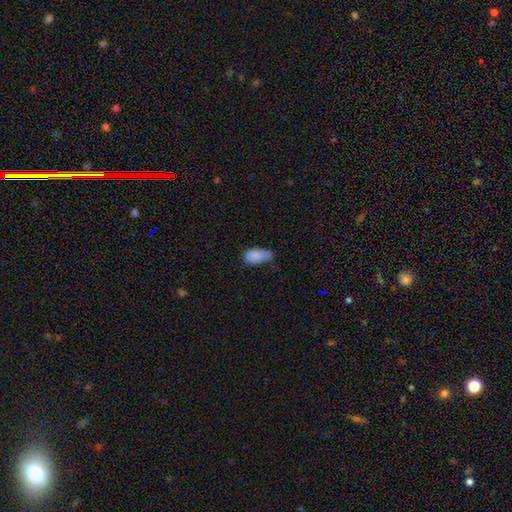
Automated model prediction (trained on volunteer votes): This is clearly a smooth galaxy (84%). How rounded: clearly in between (91%). Merging: marginally minor disturbance (43%).